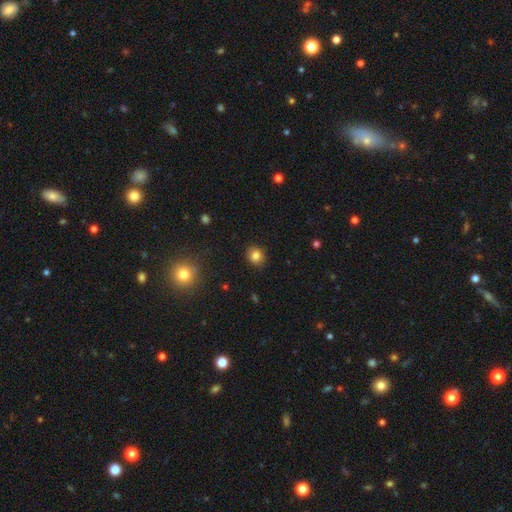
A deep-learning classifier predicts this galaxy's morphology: Smooth or featured?
  - smooth: 83% *
  - star or artifact: 11%
  - featured or disk: 6%
How rounded?
  - round: 78% *
  - in between: 21%
  - cigar-shaped: 1%
Merging?
  - none: 90% *
  - minor disturbance: 7%
  - major disturbance: 2%
  - merger: 1%